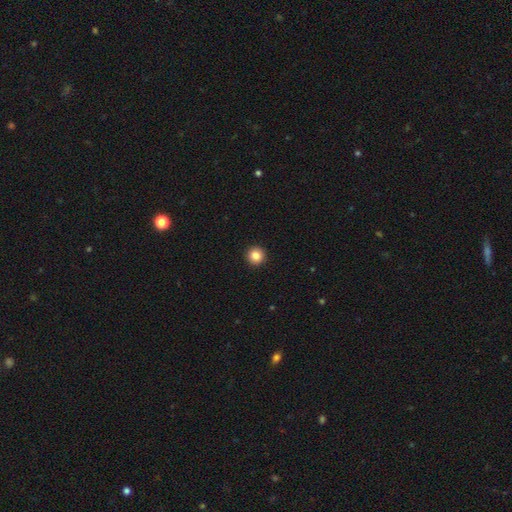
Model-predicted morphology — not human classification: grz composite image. It shows a smooth galaxy with no disk features (85%) that is round (96%). Merging: none (94%).